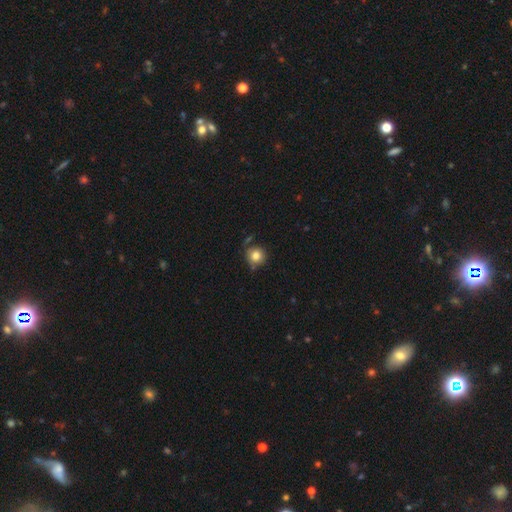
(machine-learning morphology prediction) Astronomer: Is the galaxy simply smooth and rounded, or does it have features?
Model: smooth — 82%.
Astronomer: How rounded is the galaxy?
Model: round — 92%.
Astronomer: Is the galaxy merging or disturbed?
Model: none — 73%.